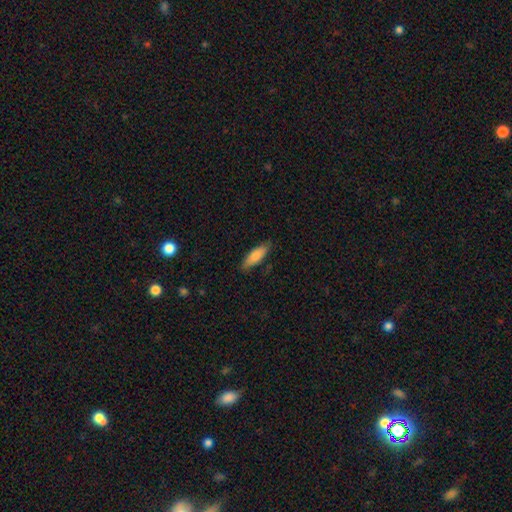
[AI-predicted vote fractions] smooth_or_featured: smooth (p=0.80) [alt: featured or disk p=0.14]
how_rounded: in between (p=0.53) [alt: cigar-shaped p=0.45]
merging: none (p=0.84) [alt: minor disturbance p=0.13]